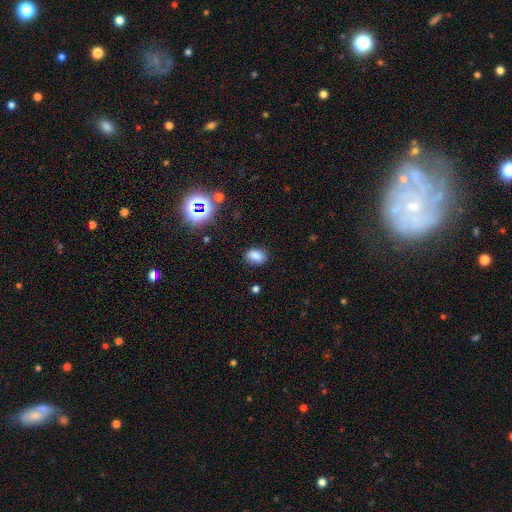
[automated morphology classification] This is clearly a smooth galaxy (82%). How rounded: likely in between (78%). Merging: clearly none (83%).